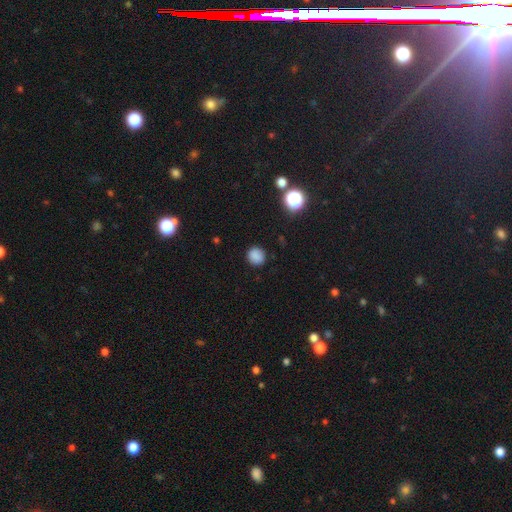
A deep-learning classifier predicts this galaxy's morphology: smooth-or-featured: smooth: 84% | star or artifact: 12% | featured or disk: 4%
  how-rounded: round: 89% | in between: 10% | cigar-shaped: 1%
  merging: none: 89% | minor disturbance: 8% | major disturbance: 2% | merger: 1%